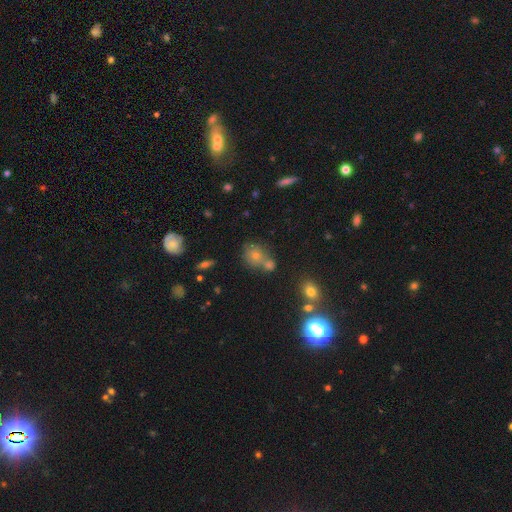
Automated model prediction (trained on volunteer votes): Smooth or featured? smooth (54%)
How rounded? round (76%)
Merging? none (57%)